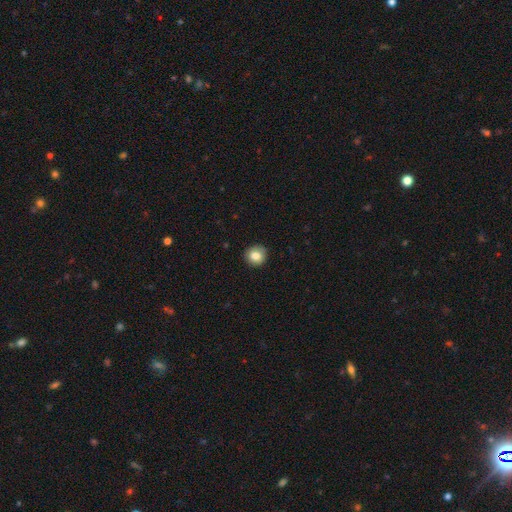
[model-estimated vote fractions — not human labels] Smooth or featured? smooth (83%)
How rounded? round (90%)
Merging? none (89%)